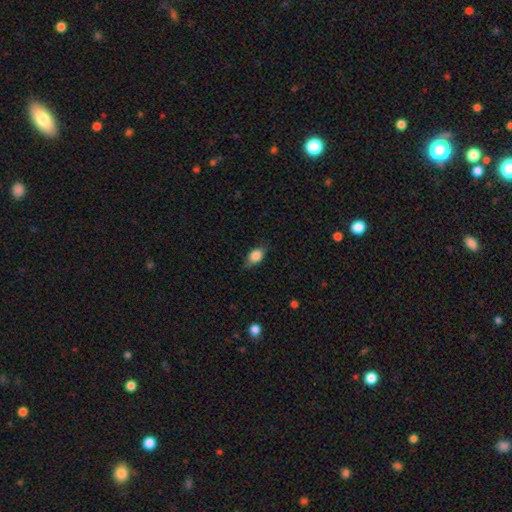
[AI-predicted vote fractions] Overall: smooth (82%). How rounded: in between (79%). Merging: none (70%).